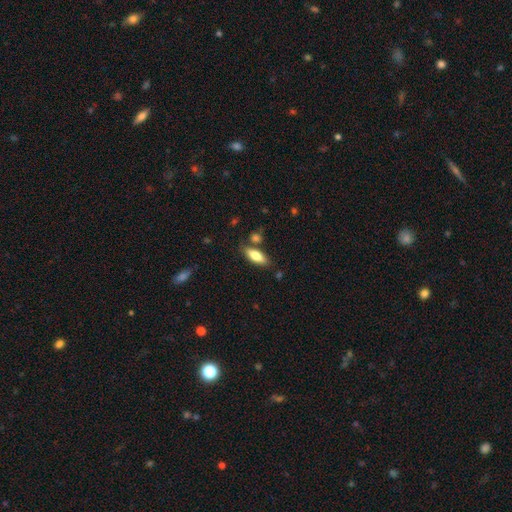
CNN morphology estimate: type=smooth (76%); roundness=in between (66%); merging=none (77%).